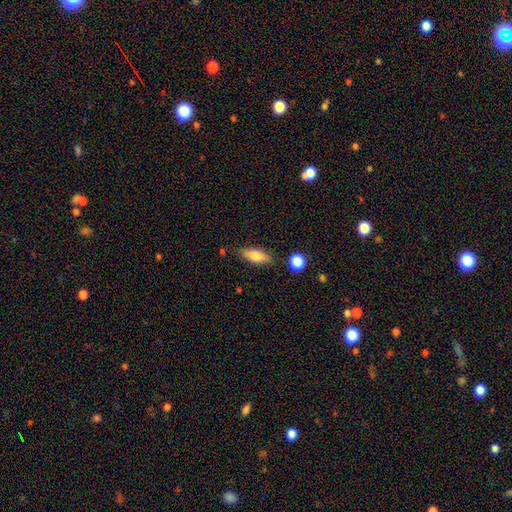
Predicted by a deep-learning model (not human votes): Q: Smooth or featured?
A: smooth (74%); runner-up: featured or disk (18%)
Q: How rounded?
A: in between (71%); runner-up: cigar-shaped (26%)
Q: Merging?
A: none (78%); runner-up: minor disturbance (14%)